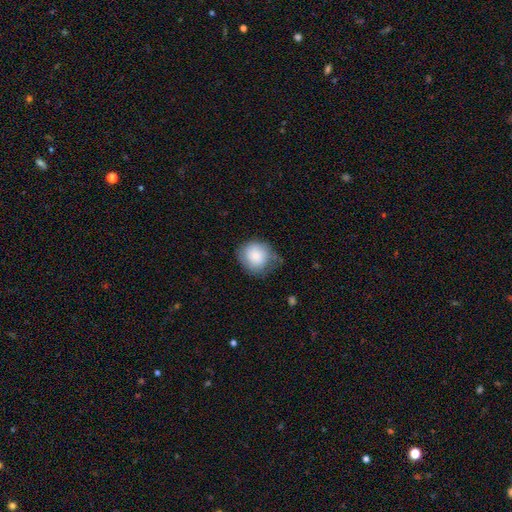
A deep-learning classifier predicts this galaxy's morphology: Overall: smooth (81%). How rounded: round (81%). Merging: none (59%; minor disturbance 31%).